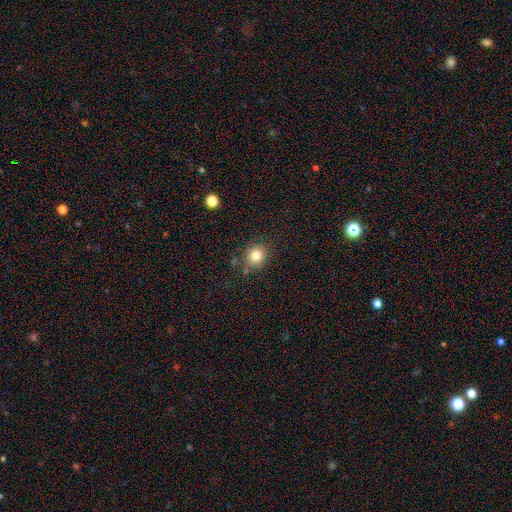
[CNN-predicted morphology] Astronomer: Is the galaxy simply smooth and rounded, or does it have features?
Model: smooth — 81%.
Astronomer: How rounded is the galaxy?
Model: round — 78%.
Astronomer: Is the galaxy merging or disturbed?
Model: none — 79%.